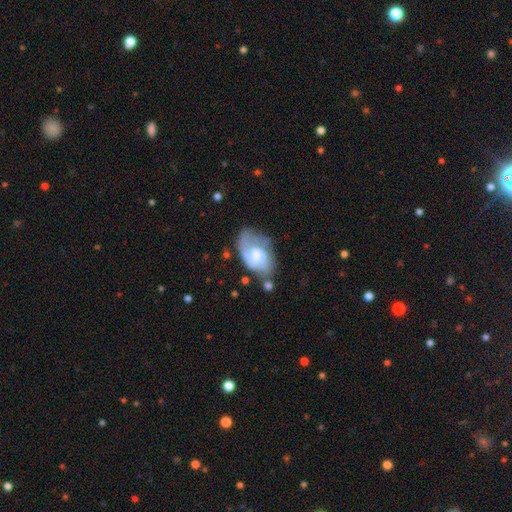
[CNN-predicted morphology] Overall: featured or disk (66%; smooth 27%). Edge-on disk: no (96%). Bar: weak (50%; no 40%). Spiral arms: yes (82%). Spiral arm count: 2 (53%; can't tell 23%). Spiral winding: medium (46%; tight 31%). Bulge size: moderate (45%; small 35%). Merging: none (42%; minor disturbance 29%).